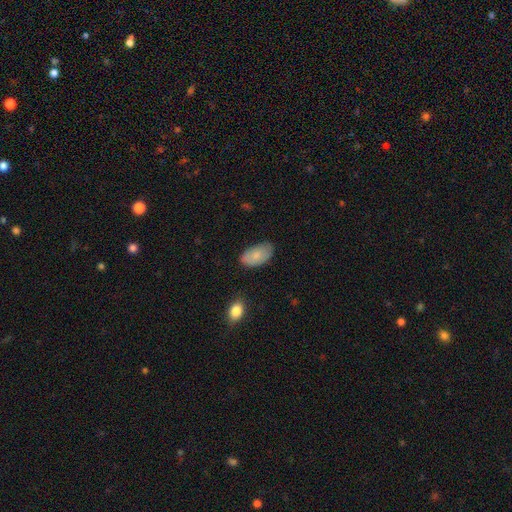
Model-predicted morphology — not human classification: A smooth galaxy with no disk features (78%) that is in between round and cigar-shaped (94%).

Vote fractions:
- Smooth or featured? smooth: 78% / featured or disk: 15% / star or artifact: 7%
- How rounded? in between: 94% / round: 4% / cigar-shaped: 2%
- Merging? none: 70% / minor disturbance: 24% / major disturbance: 5% / merger: 2%